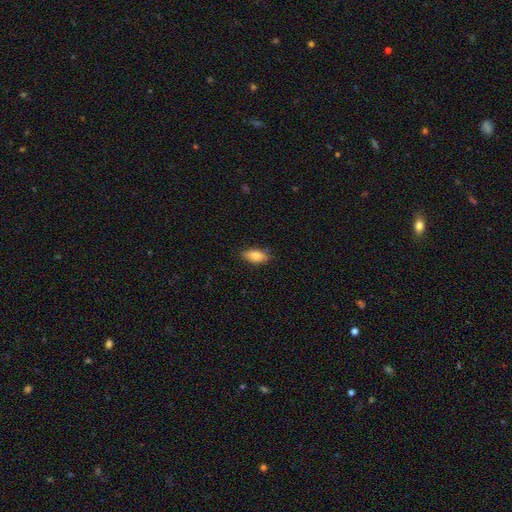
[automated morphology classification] Overall: smooth (83%). How rounded: in between (85%). Merging: none (82%).